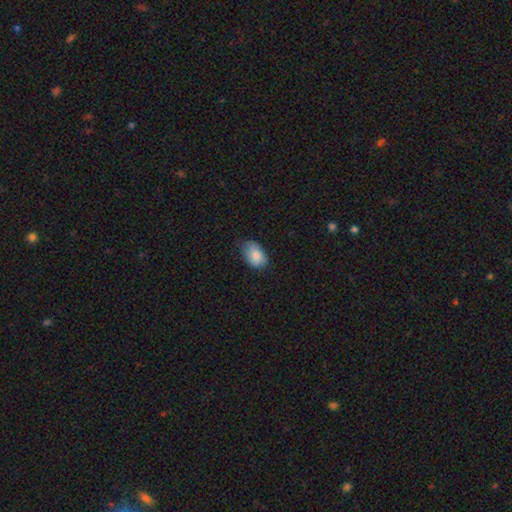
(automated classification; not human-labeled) Smooth or featured? smooth (83%)
How rounded? in between (87%)
Merging? none (56%)